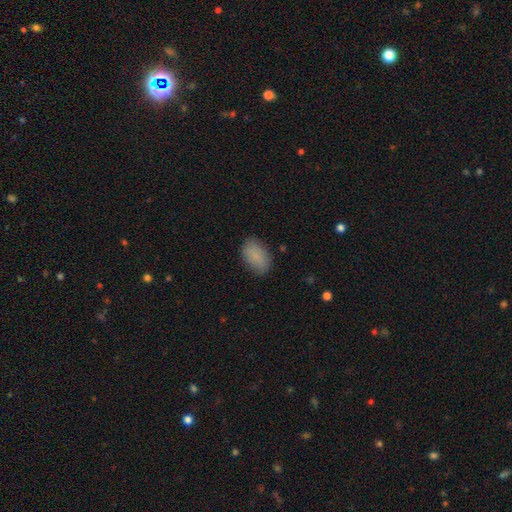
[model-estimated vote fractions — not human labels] smooth_or_featured: smooth (p=0.84) [alt: featured or disk p=0.08]
how_rounded: in between (p=0.91) [alt: round p=0.08]
merging: none (p=0.82) [alt: minor disturbance p=0.14]